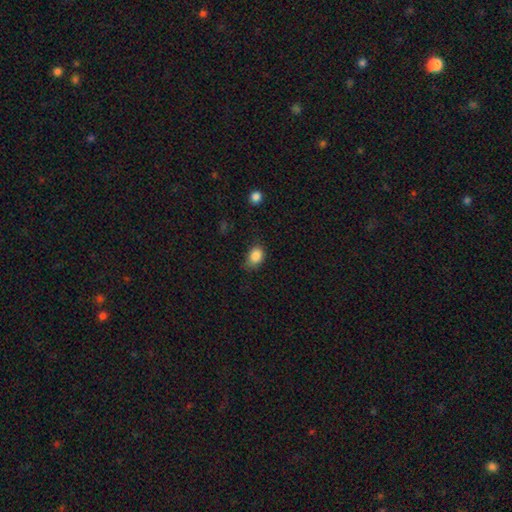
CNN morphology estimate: The model was most divided on "how rounded": in between: 64%, round: 35%, cigar-shaped: 1%. More confident: smooth or featured — smooth (86%); merging — none (60%).